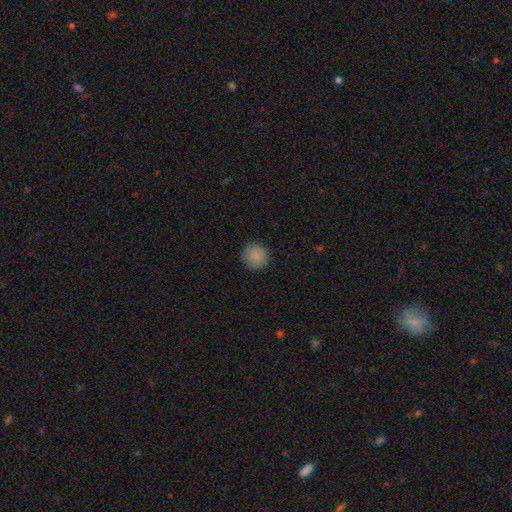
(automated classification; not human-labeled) This appears to be a smooth galaxy with no disk features (87%) that is round (93%). Merging: none (89%).